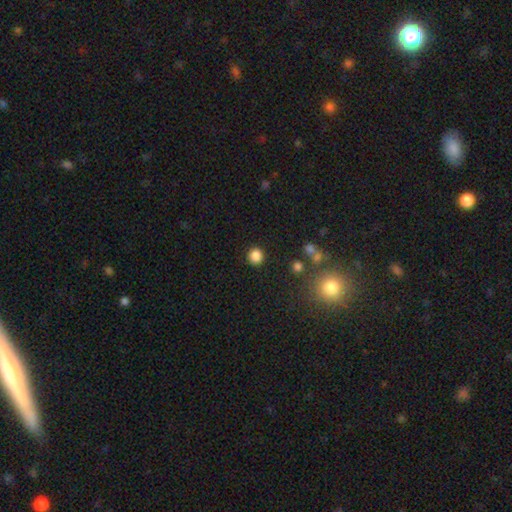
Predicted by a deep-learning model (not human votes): smooth 85%, star or artifact 11%, featured or disk 4%. Down the decision tree: how rounded — round (91%); merging — none (89%).